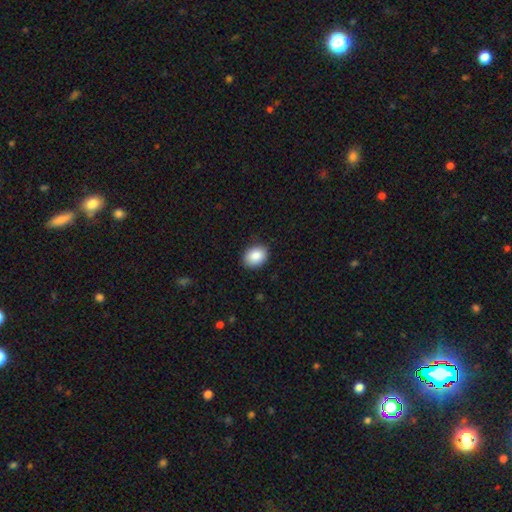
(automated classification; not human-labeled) Smooth or featured?
  - smooth: 88% *
  - star or artifact: 8%
  - featured or disk: 4%
How rounded?
  - in between: 61% *
  - round: 38%
  - cigar-shaped: 1%
Merging?
  - none: 88% *
  - minor disturbance: 9%
  - major disturbance: 2%
  - merger: 1%